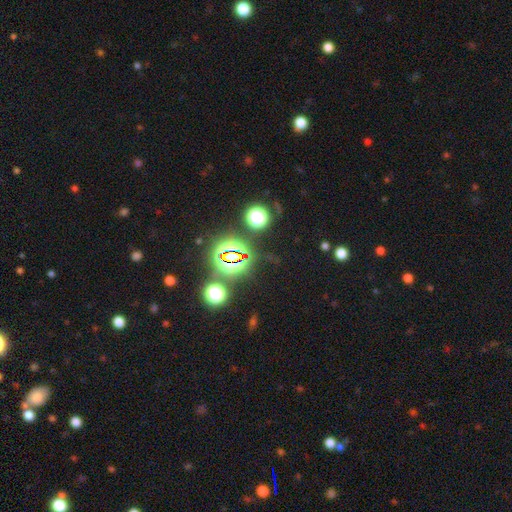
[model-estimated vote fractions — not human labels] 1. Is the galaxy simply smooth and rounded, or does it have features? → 81% star or artifact, 12% smooth, 7% featured or disk.